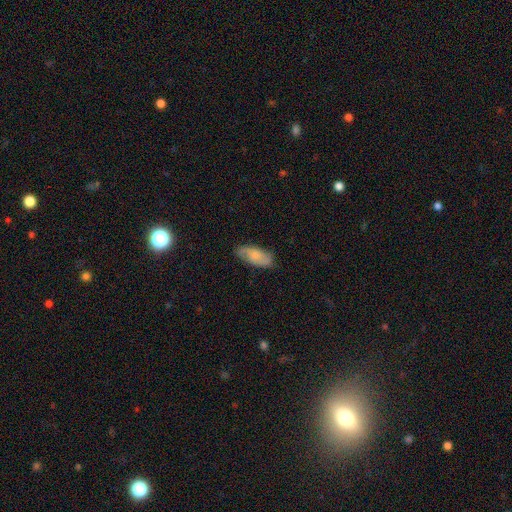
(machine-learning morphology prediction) This is possibly a smooth galaxy (59%). How rounded: clearly in between (83%). Merging: likely none (78%).